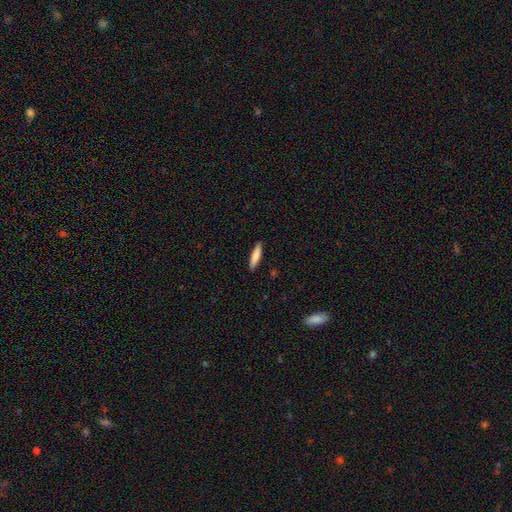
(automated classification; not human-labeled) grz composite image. It shows a smooth galaxy with no disk features (81%) that is cigar-shaped (82%). Merging: none (90%).